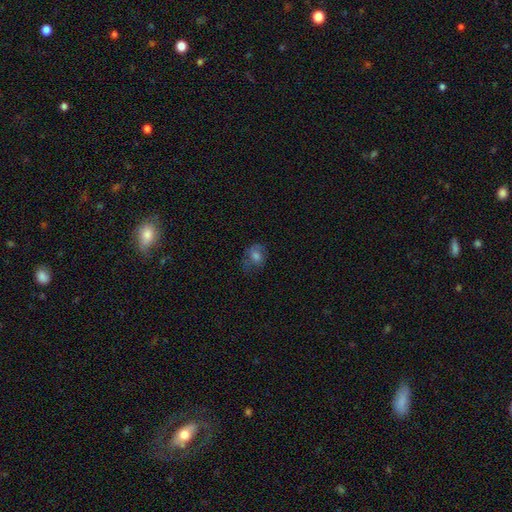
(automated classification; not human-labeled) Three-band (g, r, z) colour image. It shows a smooth galaxy with no disk features (57%) that is round (58%). Merging: none (60%).